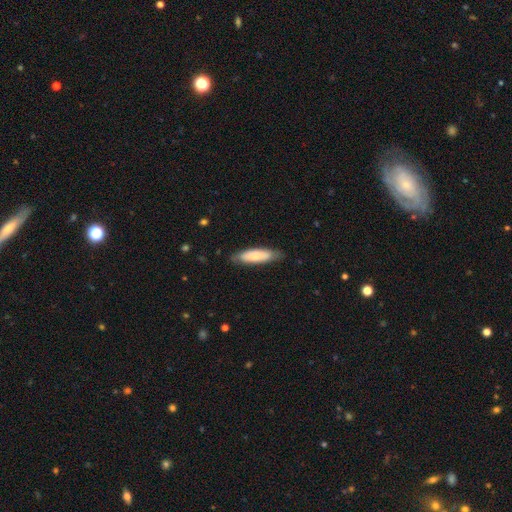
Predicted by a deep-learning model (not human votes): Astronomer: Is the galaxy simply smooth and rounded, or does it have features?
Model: smooth — 78%.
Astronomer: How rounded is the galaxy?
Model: cigar-shaped — 58% (runner-up: in between, 41%).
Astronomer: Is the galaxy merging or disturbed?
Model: none — 79%.